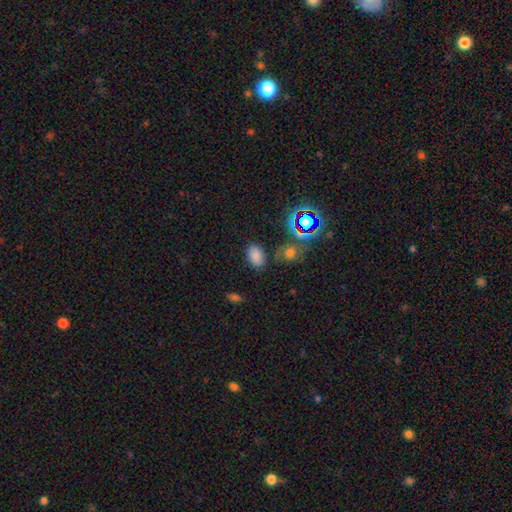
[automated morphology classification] smooth 75%, star or artifact 18%, featured or disk 7%. Down the decision tree: how rounded — in between (87%); merging — none (79%).